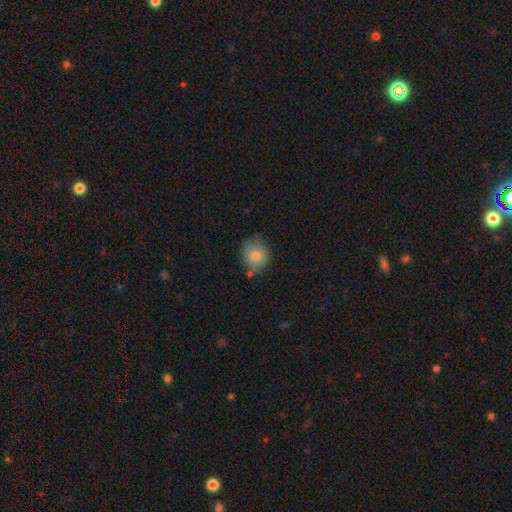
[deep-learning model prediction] smooth_or_featured: smooth (p=0.81) [alt: featured or disk p=0.10]
how_rounded: round (p=0.72) [alt: in between p=0.27]
merging: none (p=0.68) [alt: minor disturbance p=0.21]